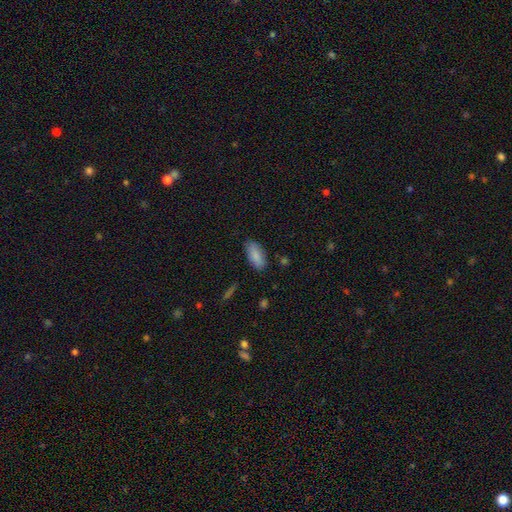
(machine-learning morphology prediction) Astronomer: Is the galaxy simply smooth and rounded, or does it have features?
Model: smooth — 86%.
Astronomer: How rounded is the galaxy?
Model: in between — 84%.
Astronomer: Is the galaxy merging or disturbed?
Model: none — 83%.